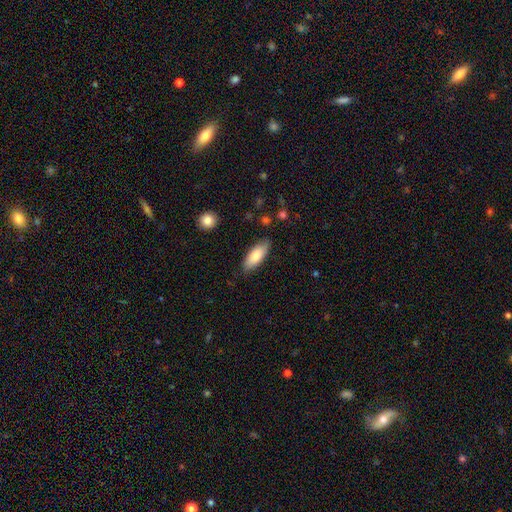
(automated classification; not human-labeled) Q: Smooth or featured?
A: smooth (80%); runner-up: featured or disk (14%)
Q: How rounded?
A: in between (77%); runner-up: cigar-shaped (21%)
Q: Merging?
A: none (84%); runner-up: minor disturbance (12%)